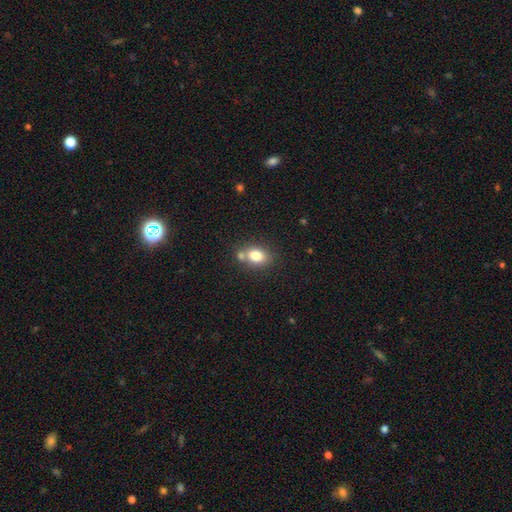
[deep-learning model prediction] smooth-or-featured: smooth: 79% | featured or disk: 11% | star or artifact: 10%
  how-rounded: in between: 66% | round: 33% | cigar-shaped: 1%
  merging: none: 59% | merger: 26% | minor disturbance: 12% | major disturbance: 3%